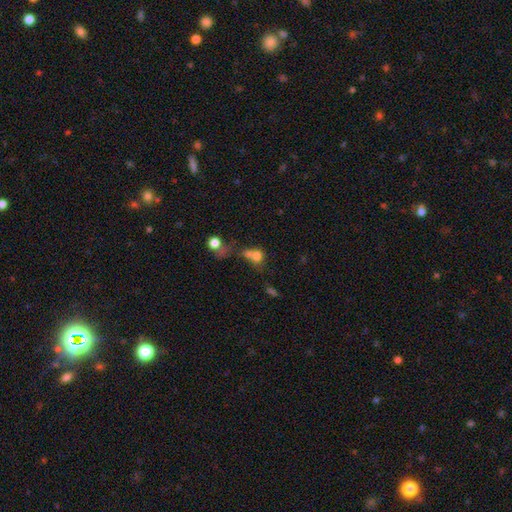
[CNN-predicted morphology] Overall: smooth (69%). How rounded: round (51%; in between 46%). Merging: merger (54%; none 21%).